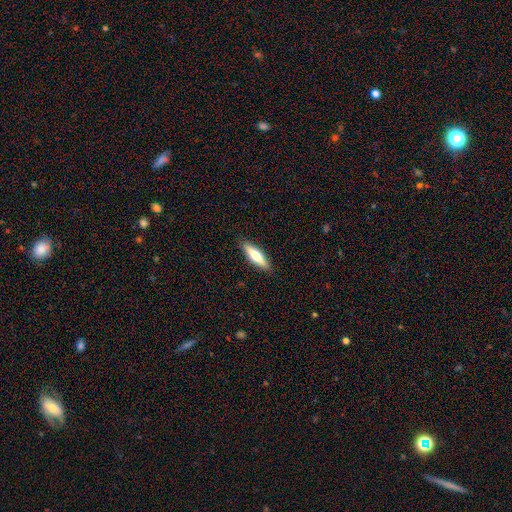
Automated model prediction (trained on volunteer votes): smooth_or_featured: smooth (p=0.57) [alt: featured or disk p=0.37]
how_rounded: cigar-shaped (p=0.62) [alt: in between p=0.36]
merging: none (p=0.89) [alt: minor disturbance p=0.08]